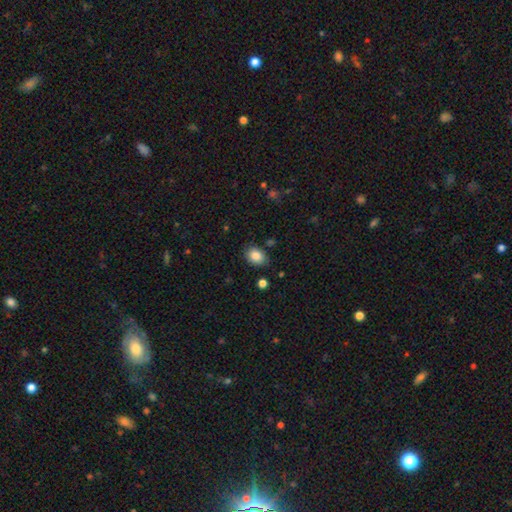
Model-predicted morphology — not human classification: A smooth galaxy with no disk features (86%) that is in between round and cigar-shaped (72%).

Vote fractions:
- Smooth or featured? smooth: 86% / star or artifact: 9% / featured or disk: 6%
- How rounded? in between: 72% / round: 27% / cigar-shaped: 1%
- Merging? none: 82% / minor disturbance: 13% / major disturbance: 3% / merger: 2%